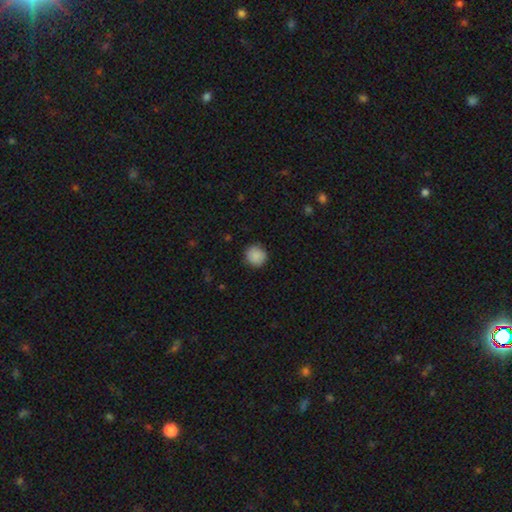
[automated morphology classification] This appears to be a smooth galaxy with no disk features (89%) that is round (91%). Merging: none (89%).